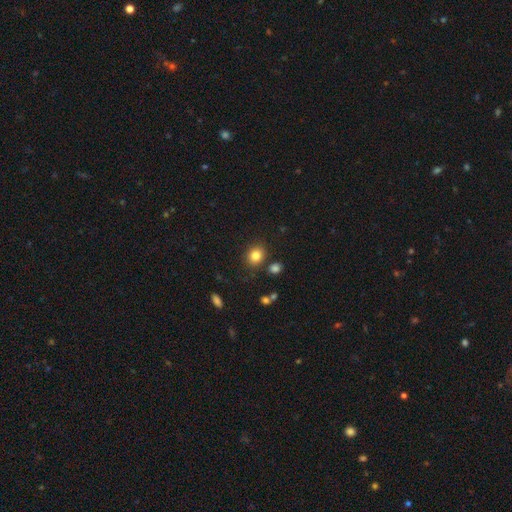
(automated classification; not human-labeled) Morphology: type=smooth (82%); roundness=round (71%); merging=none (82%).